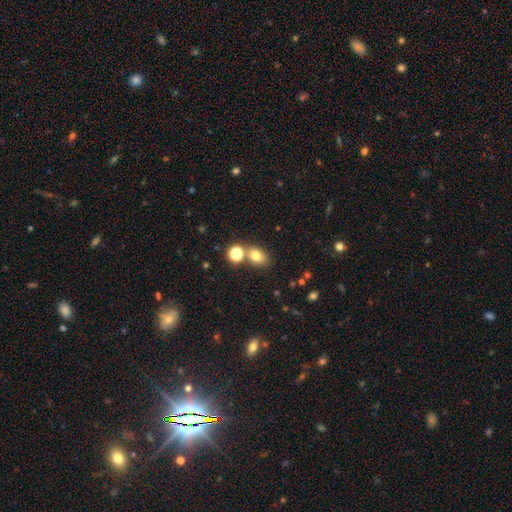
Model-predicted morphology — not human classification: A smooth galaxy with no disk features (75%) that is in between round and cigar-shaped (64%).

Vote fractions:
- Smooth or featured? smooth: 75% / star or artifact: 15% / featured or disk: 10%
- How rounded? in between: 64% / round: 35% / cigar-shaped: 1%
- Merging? none: 64% / merger: 22% / minor disturbance: 11% / major disturbance: 4%